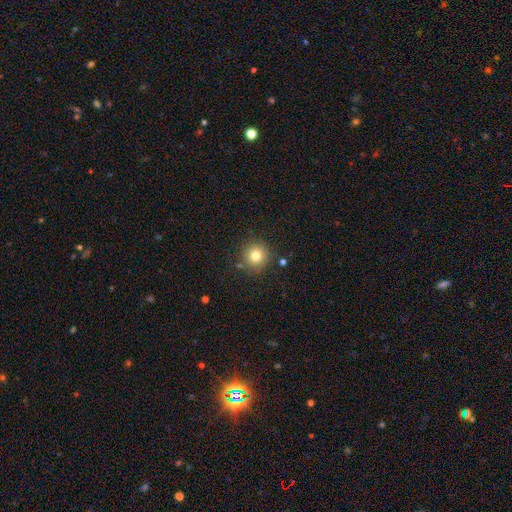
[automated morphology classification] Smooth or featured? smooth (78%)
How rounded? round (94%)
Merging? none (85%)